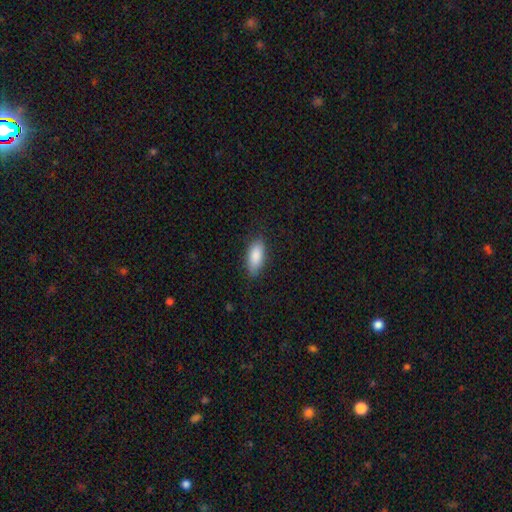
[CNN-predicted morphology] Smooth or featured: smooth — 87% (featured or disk — 7%)
How rounded: in between — 85% (cigar-shaped — 13%)
Merging: none — 83% (minor disturbance — 13%)